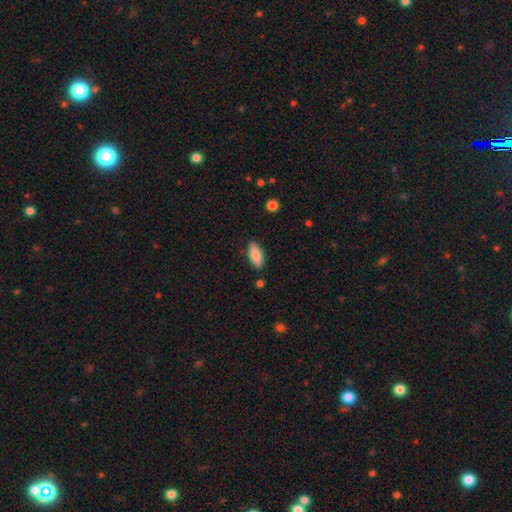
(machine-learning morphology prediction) This appears to be a smooth galaxy with no disk features (83%) that is in between round and cigar-shaped (78%). Merging: none (85%).